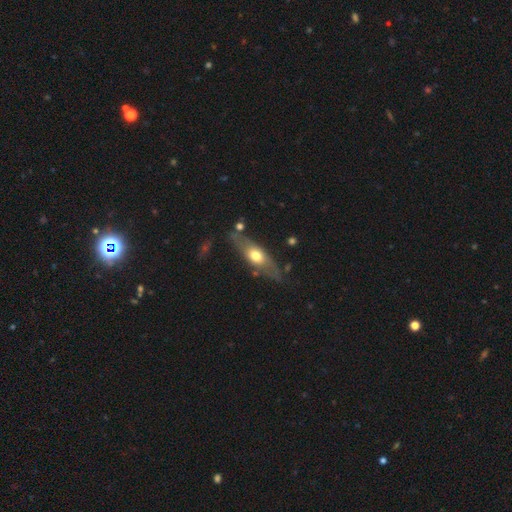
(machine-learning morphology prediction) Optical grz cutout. It shows a featured or disk galaxy (48%). Merging: none (71%).